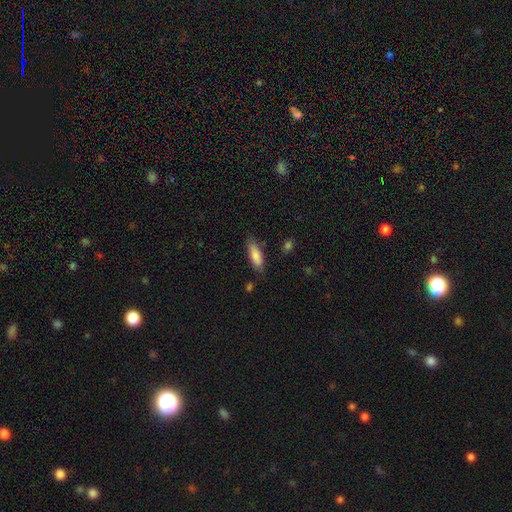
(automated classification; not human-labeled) The model was most divided on "how rounded": in between: 57%, cigar-shaped: 42%, round: 2%. More confident: smooth or featured — smooth (84%); merging — none (77%).